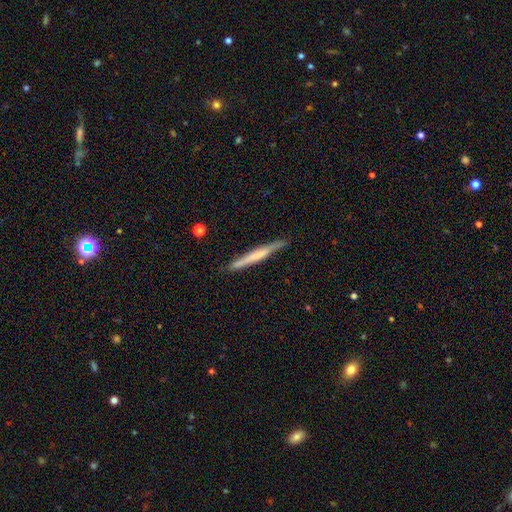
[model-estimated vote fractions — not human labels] A featured or disk galaxy (49%).

Vote fractions:
- Smooth or featured? featured or disk: 49% / smooth: 46% / star or artifact: 6%
- Merging? none: 86% / minor disturbance: 11% / major disturbance: 2% / merger: 1%